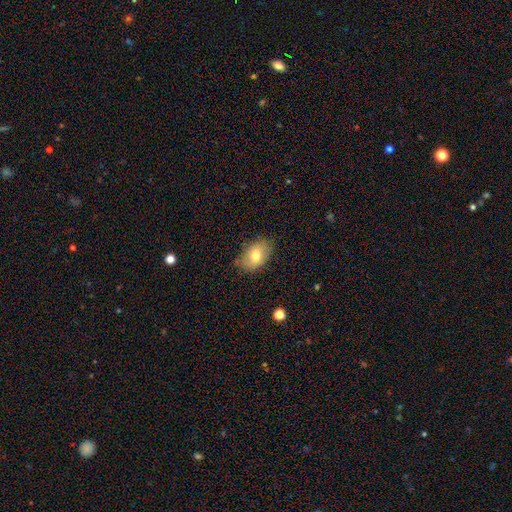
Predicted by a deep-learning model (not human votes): Smooth or featured? smooth (74%)
How rounded? in between (88%)
Merging? none (79%)